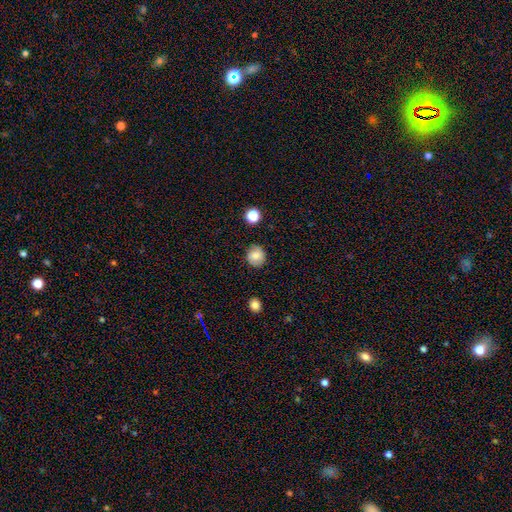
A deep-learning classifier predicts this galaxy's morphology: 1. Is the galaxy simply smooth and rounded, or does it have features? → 78% smooth, 12% featured or disk, 10% star or artifact.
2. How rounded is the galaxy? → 85% round, 14% in between, 1% cigar-shaped.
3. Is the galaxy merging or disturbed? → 82% none, 14% minor disturbance, 3% major disturbance, 2% merger.